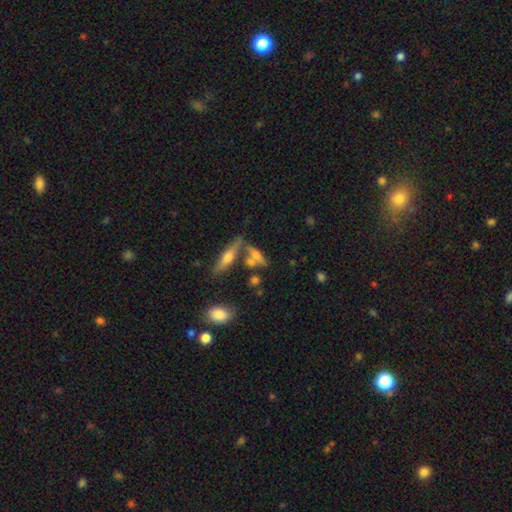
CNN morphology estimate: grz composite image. It shows a featured or disk galaxy (48%). Merging: none (56%).